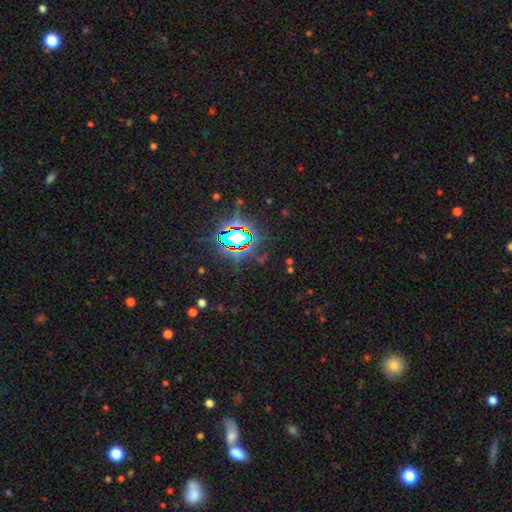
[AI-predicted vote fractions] Overall: star or artifact (81%).